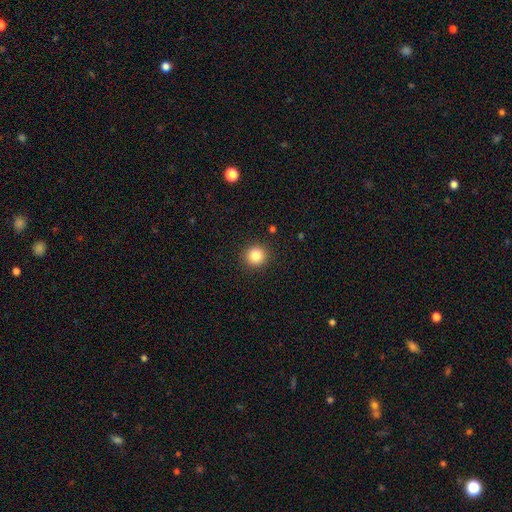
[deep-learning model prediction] Overall: smooth (84%). How rounded: round (93%). Merging: none (91%).